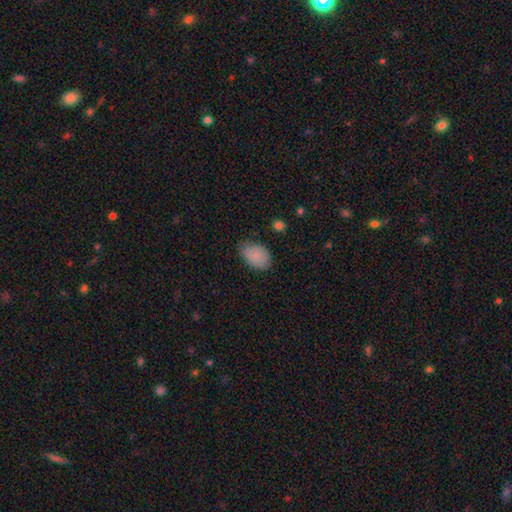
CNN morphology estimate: Smooth or featured? smooth (86%)
How rounded? in between (89%)
Merging? none (68%)